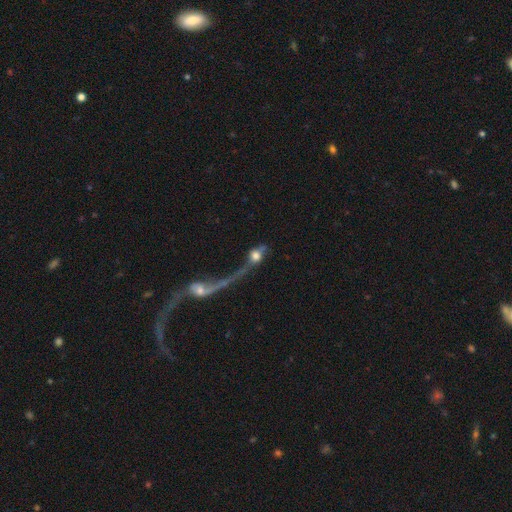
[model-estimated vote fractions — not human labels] Q: Smooth or featured?
A: smooth (49%); runner-up: featured or disk (37%)
Q: Merging?
A: merger (48%); runner-up: major disturbance (27%)